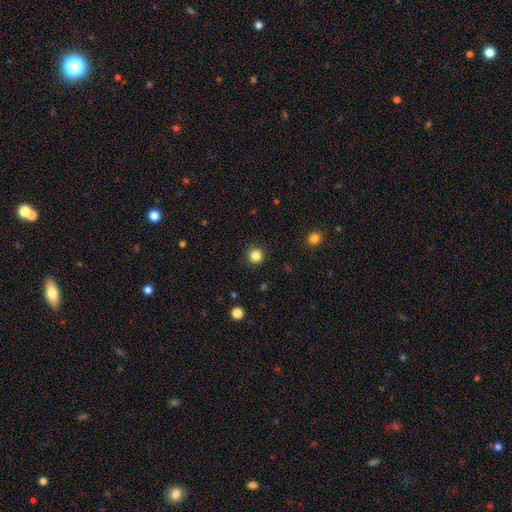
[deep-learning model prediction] A smooth galaxy with no disk features (84%) that is round (95%). Merging: none (91%).